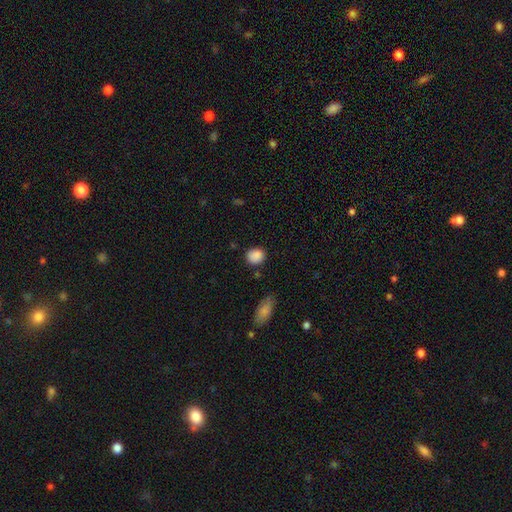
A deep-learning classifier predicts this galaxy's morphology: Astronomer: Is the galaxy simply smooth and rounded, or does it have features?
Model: smooth — 88%.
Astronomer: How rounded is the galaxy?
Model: round — 73%.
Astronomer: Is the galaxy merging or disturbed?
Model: none — 81%.